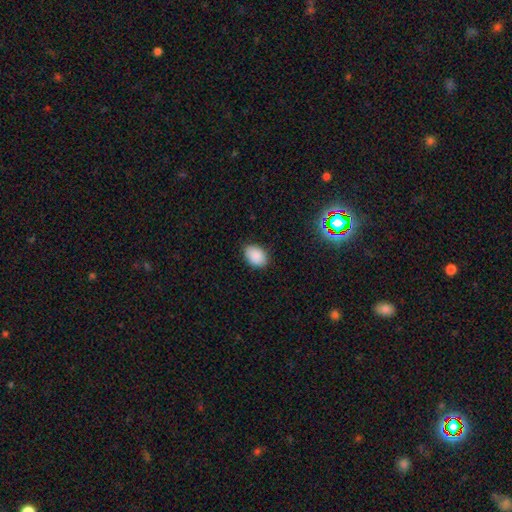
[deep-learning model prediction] The model was most divided on "how rounded": in between: 81%, round: 18%, cigar-shaped: 1%. More confident: smooth or featured — smooth (88%); merging — none (85%).